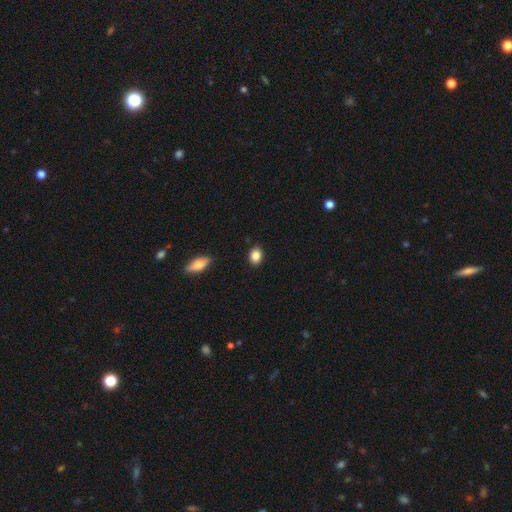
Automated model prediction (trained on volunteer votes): Morphology: type=smooth (86%); roundness=in between (52%); merging=none (89%).